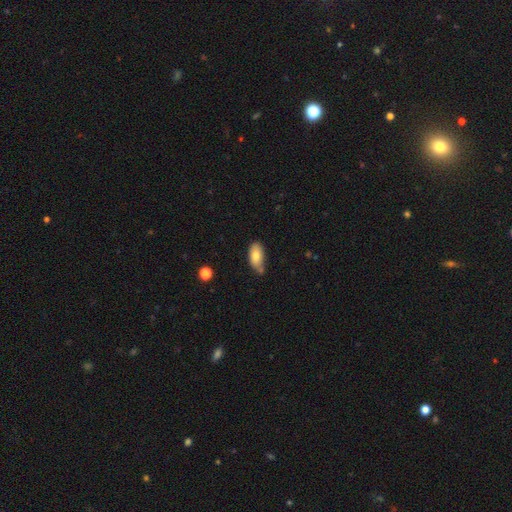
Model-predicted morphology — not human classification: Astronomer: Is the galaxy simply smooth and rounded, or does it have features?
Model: smooth — 77%.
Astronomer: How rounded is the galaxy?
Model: in between — 91%.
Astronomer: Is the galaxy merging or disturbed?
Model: none — 55%.